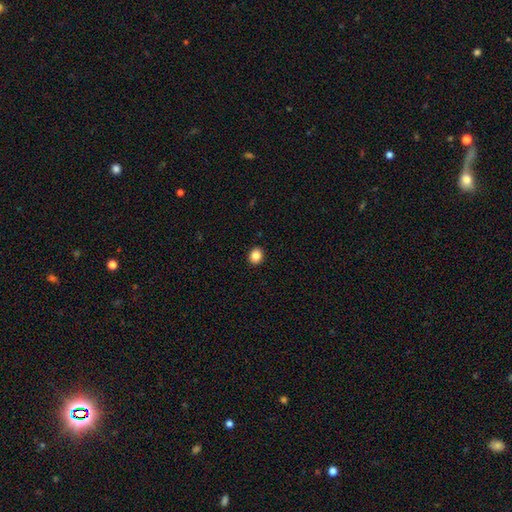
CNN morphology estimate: This appears to be a smooth galaxy with no disk features (86%) that is round (67%). Merging: none (92%).